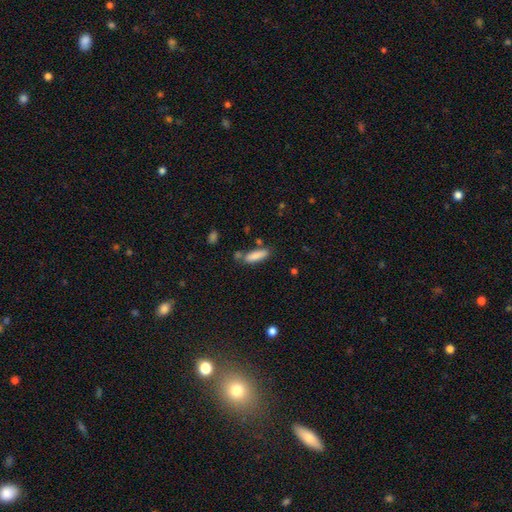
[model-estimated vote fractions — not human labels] Smooth or featured? smooth (85%)
How rounded? cigar-shaped (57%)
Merging? none (70%)